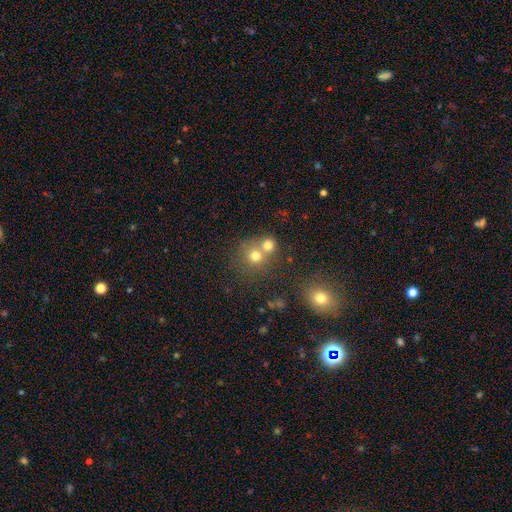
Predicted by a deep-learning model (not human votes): Smooth or featured: smooth — 71% (star or artifact — 16%)
How rounded: round — 86% (in between — 13%)
Merging: none — 47% (merger — 43%)